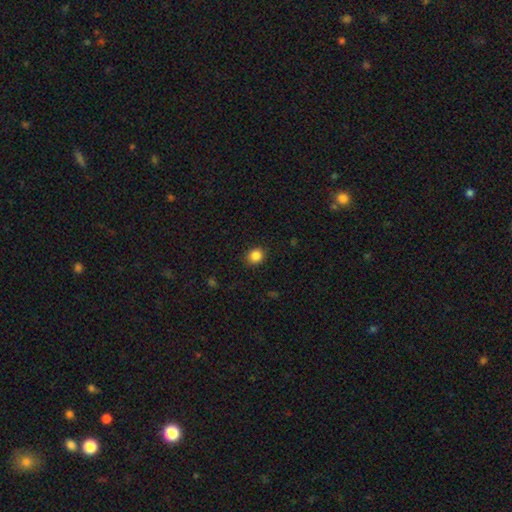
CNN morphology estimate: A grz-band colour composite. It shows a smooth galaxy with no disk features (86%) that is round (79%). Merging: none (89%).